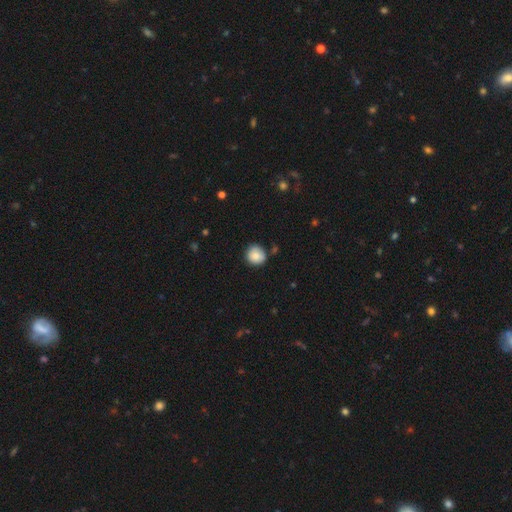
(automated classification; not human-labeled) This appears to be a smooth galaxy with no disk features (86%) that is round (89%). Merging: none (79%).